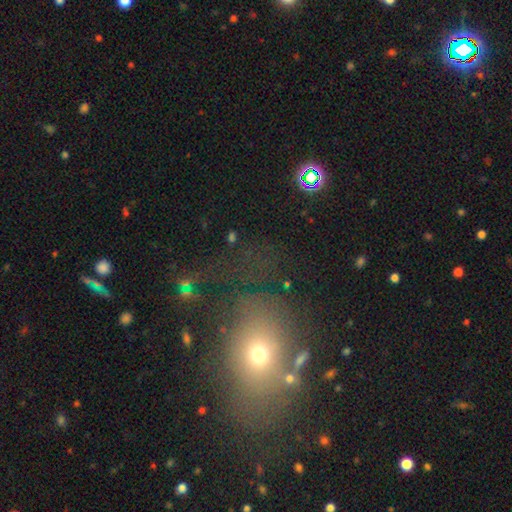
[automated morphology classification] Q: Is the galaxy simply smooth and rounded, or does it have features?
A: smooth — 56%.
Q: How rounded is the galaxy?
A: in between — 54%.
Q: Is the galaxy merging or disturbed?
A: none — 62%.